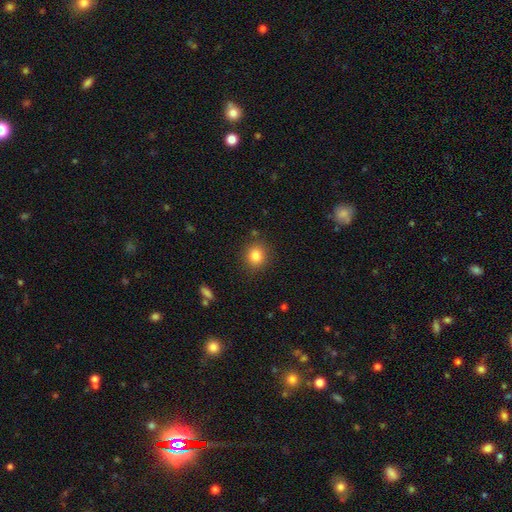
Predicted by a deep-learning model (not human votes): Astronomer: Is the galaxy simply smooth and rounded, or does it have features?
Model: smooth — 84%.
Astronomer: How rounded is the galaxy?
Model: round — 81%.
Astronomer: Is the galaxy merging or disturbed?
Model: none — 85%.